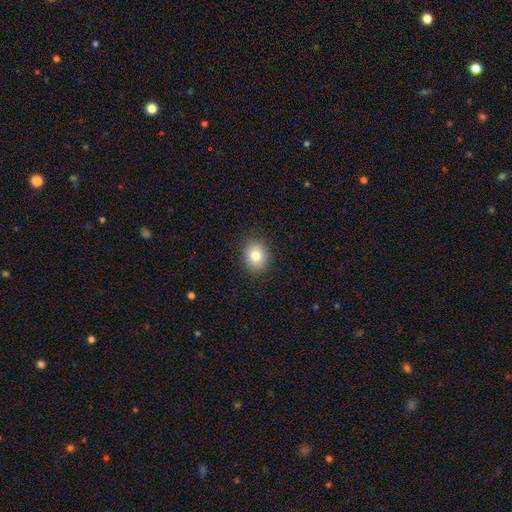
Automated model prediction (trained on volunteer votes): Smooth or featured: smooth — 81% (star or artifact — 10%)
How rounded: round — 61% (in between — 38%)
Merging: none — 89% (minor disturbance — 8%)